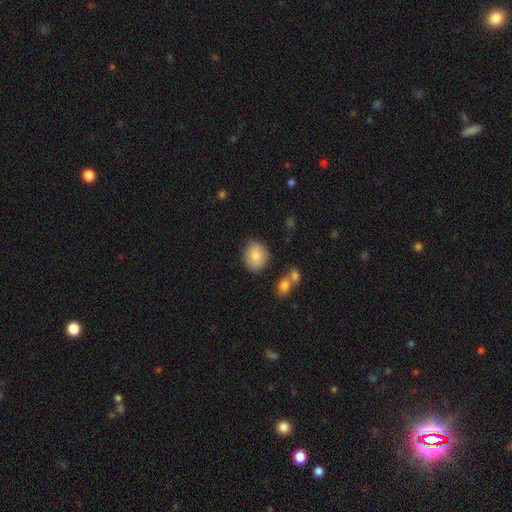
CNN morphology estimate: Smooth or featured?
  - smooth: 81% *
  - featured or disk: 11%
  - star or artifact: 8%
How rounded?
  - round: 74% *
  - in between: 25%
  - cigar-shaped: 1%
Merging?
  - none: 77% *
  - minor disturbance: 15%
  - merger: 5%
  - major disturbance: 3%